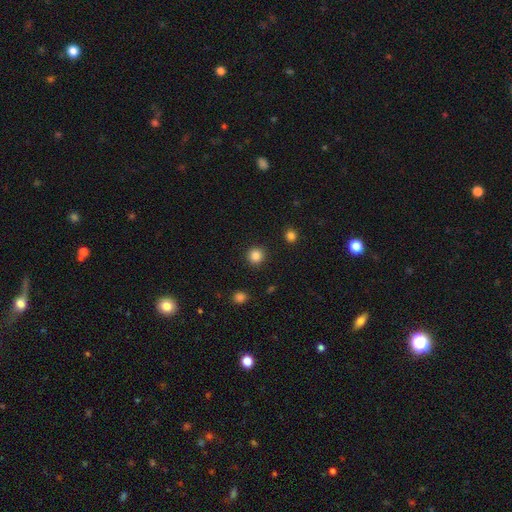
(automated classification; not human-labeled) This appears to be a smooth galaxy with no disk features (85%) that is round (94%). Merging: none (92%).